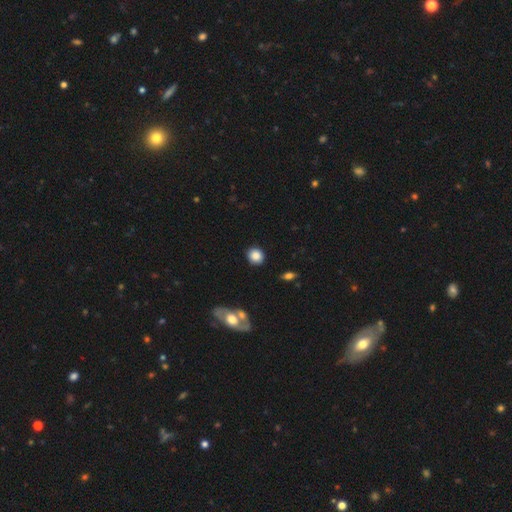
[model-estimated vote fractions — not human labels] Overall: smooth (85%). How rounded: round (78%). Merging: none (88%).